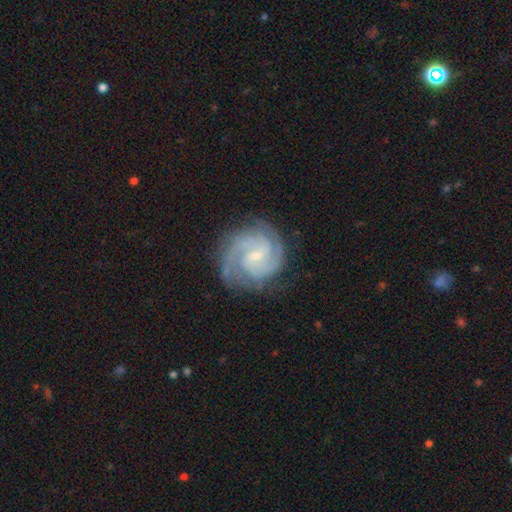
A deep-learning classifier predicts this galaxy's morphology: featured or disk 90%, smooth 5%, star or artifact 5%. Down the decision tree: edge-on disk — no (98%); bar — weak (57%); spiral arms — yes (98%); spiral arm count — 3 (35%); spiral winding — tight (62%); bulge size — small (71%); merging — none (79%).